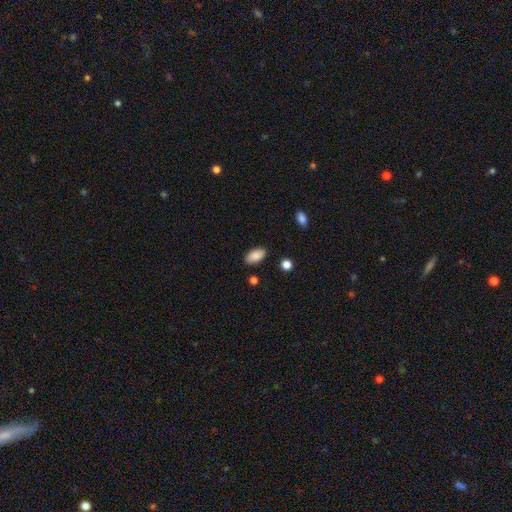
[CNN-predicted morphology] smooth 88%, star or artifact 7%, featured or disk 5%. Down the decision tree: how rounded — in between (94%); merging — none (86%).